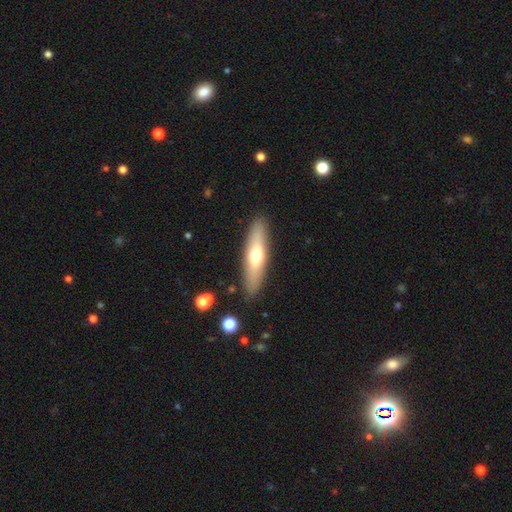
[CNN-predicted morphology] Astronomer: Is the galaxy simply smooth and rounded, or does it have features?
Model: smooth — 54% (runner-up: featured or disk, 40%).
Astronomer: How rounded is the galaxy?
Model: cigar-shaped — 72%.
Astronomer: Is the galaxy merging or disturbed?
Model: none — 89%.